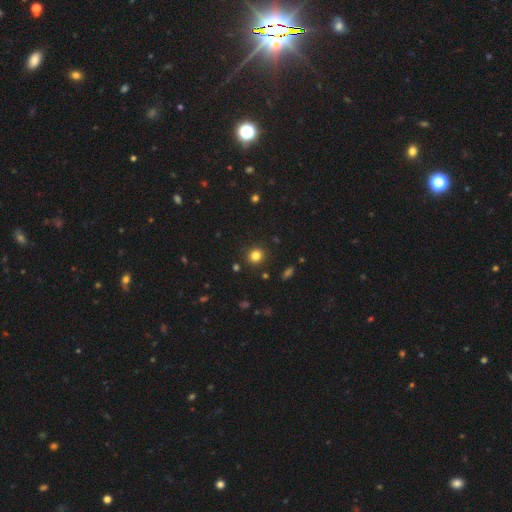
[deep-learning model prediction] smooth_or_featured: smooth (p=0.81) [alt: star or artifact p=0.14]
how_rounded: round (p=0.88) [alt: in between p=0.11]
merging: none (p=0.90) [alt: minor disturbance p=0.06]